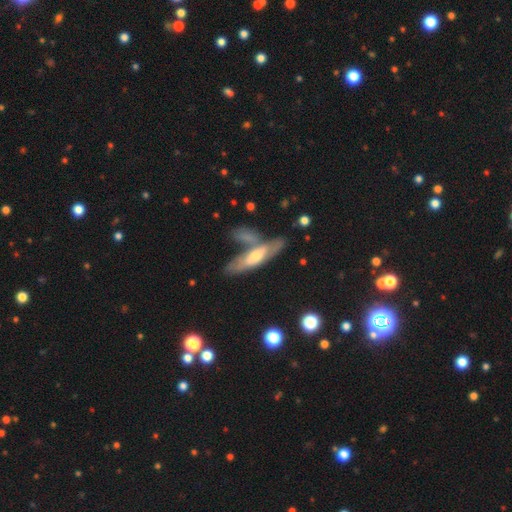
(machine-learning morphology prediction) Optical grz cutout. It shows a featured or disk galaxy (55%) viewed edge-on (54%). Merging: none (45%).